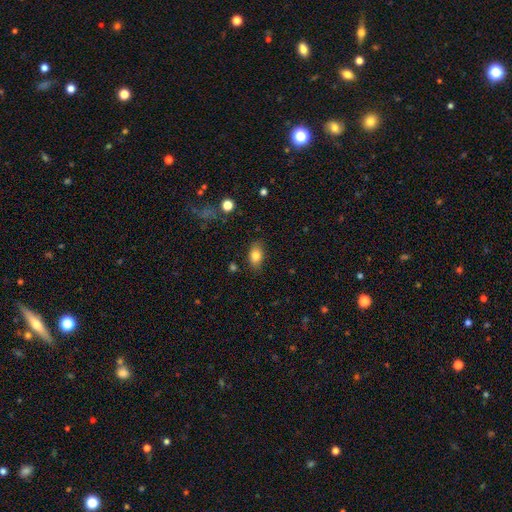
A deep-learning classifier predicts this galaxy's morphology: smooth 81%, featured or disk 10%, star or artifact 9%. Down the decision tree: how rounded — in between (86%); merging — none (83%).